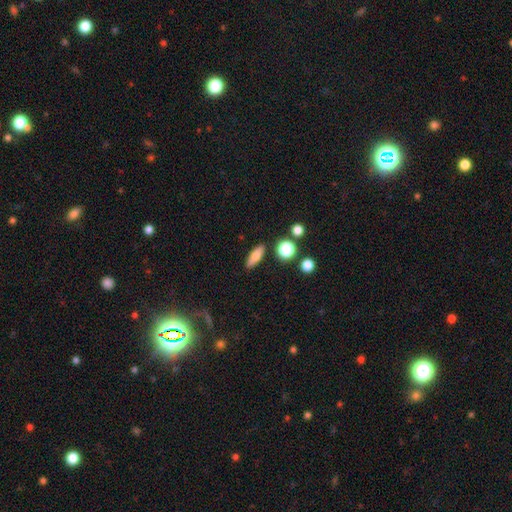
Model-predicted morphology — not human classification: Q: Smooth or featured?
A: smooth (71%); runner-up: featured or disk (19%)
Q: How rounded?
A: in between (54%); runner-up: cigar-shaped (38%)
Q: Merging?
A: none (86%); runner-up: minor disturbance (9%)